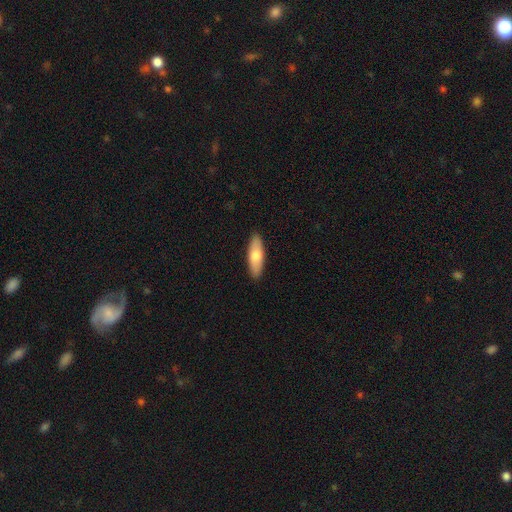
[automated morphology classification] The model was most divided on "how rounded": in between: 56%, cigar-shaped: 41%, round: 2%. More confident: merging — none (90%); smooth or featured — smooth (71%).